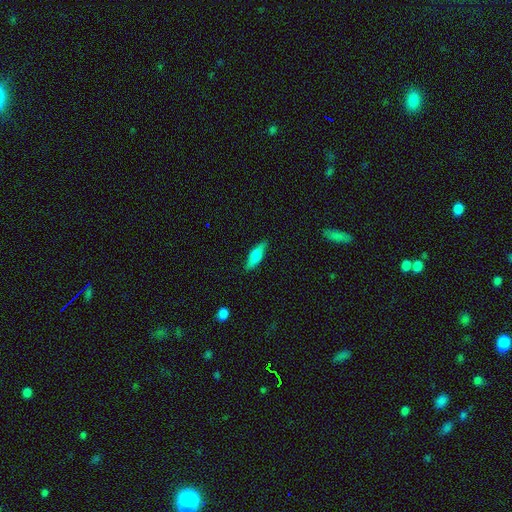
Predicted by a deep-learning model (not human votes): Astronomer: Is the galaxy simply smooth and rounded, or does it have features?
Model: smooth — 63%.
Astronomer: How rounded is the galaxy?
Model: cigar-shaped — 58% (runner-up: in between, 40%).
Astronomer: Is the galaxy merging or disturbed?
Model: none — 87%.